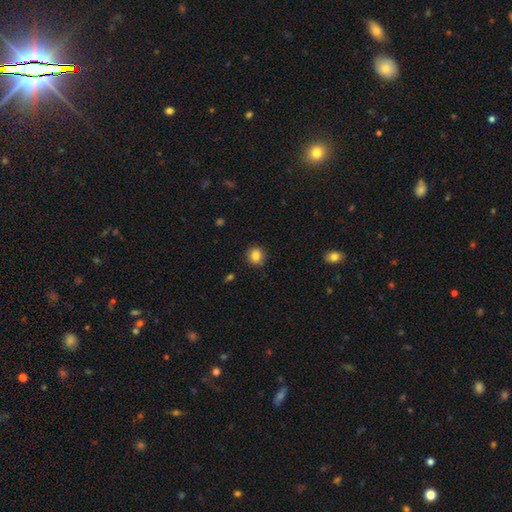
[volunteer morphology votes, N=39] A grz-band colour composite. It shows a smooth galaxy with no disk features (85%) that is round (94%). Merging: none (100%).